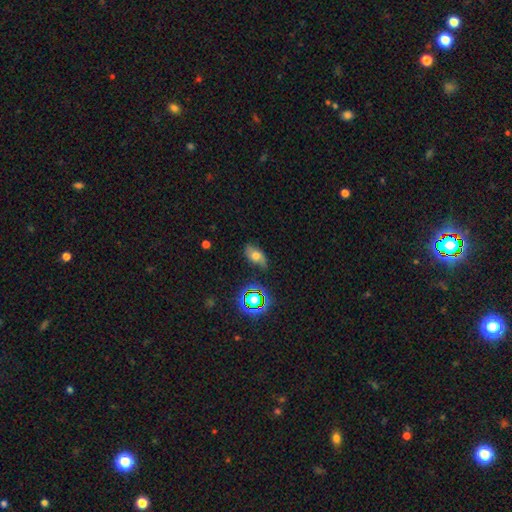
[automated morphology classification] type=smooth (58%); roundness=in between (88%); merging=none (64%).